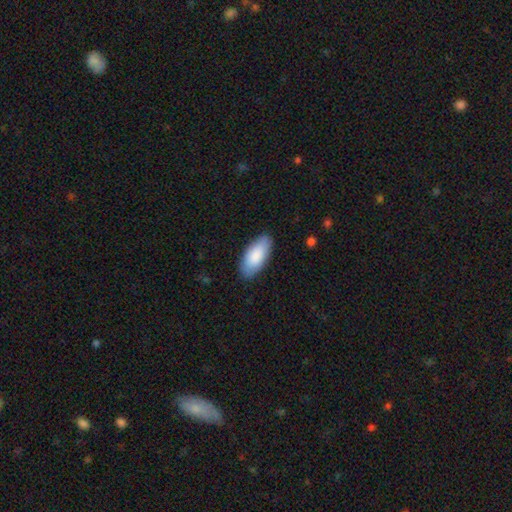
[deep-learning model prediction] Overall: smooth (87%). How rounded: in between (90%). Merging: none (86%).